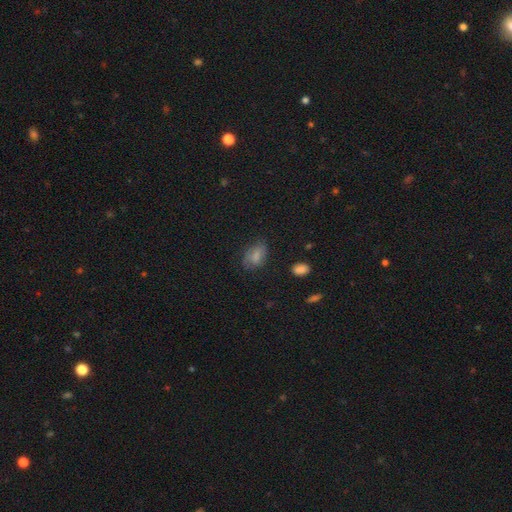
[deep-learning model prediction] Smooth or featured? Predicted: smooth (p=0.75). How rounded? Predicted: in between (p=0.84). Merging? Predicted: none (p=0.63).